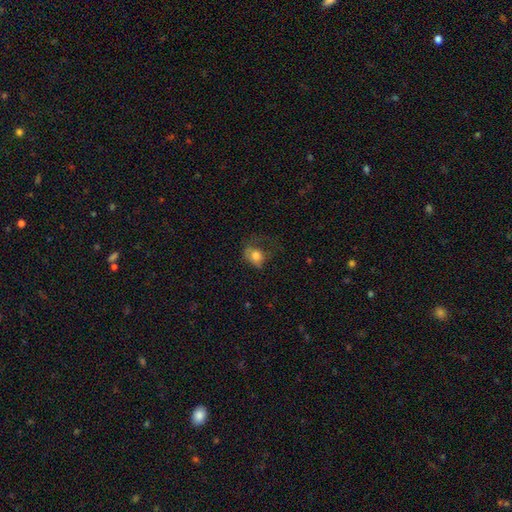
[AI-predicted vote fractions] A smooth galaxy with no disk features (72%) that is round (51%).

Vote fractions:
- Smooth or featured? smooth: 72% / featured or disk: 18% / star or artifact: 10%
- How rounded? round: 51% / in between: 48% / cigar-shaped: 1%
- Merging? major disturbance: 41% / none: 31% / minor disturbance: 26% / merger: 2%